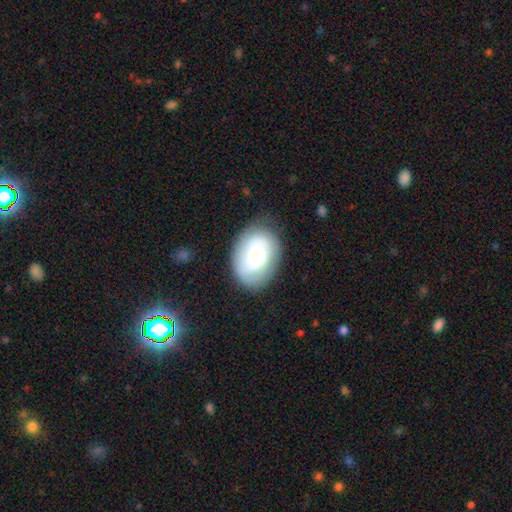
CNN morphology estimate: smooth-or-featured: smooth: 52% | featured or disk: 40% | star or artifact: 7%
  how-rounded: in between: 72% | round: 27% | cigar-shaped: 1%
  merging: none: 73% | minor disturbance: 19% | major disturbance: 7% | merger: 2%